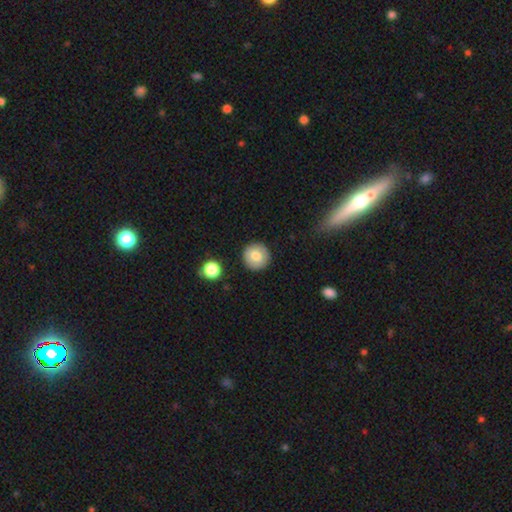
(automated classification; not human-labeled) Smooth or featured?
  - smooth: 77% *
  - featured or disk: 15%
  - star or artifact: 9%
How rounded?
  - round: 95% *
  - in between: 4%
  - cigar-shaped: 1%
Merging?
  - none: 90% *
  - minor disturbance: 6%
  - major disturbance: 2%
  - merger: 2%